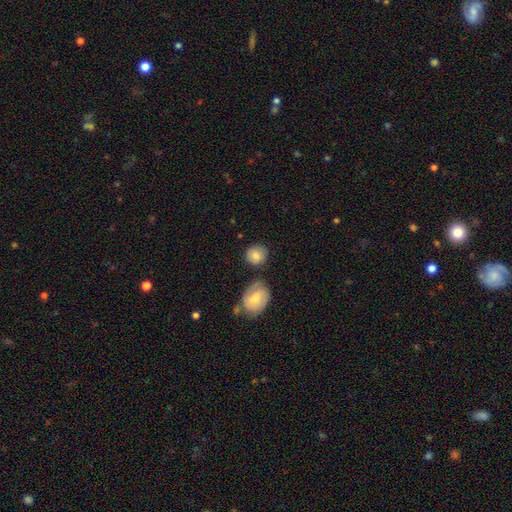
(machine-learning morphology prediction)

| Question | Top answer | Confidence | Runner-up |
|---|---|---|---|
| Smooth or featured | smooth | 84% | featured or disk (10%) |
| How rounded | round | 83% | in between (16%) |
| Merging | none | 71% | minor disturbance (15%) |